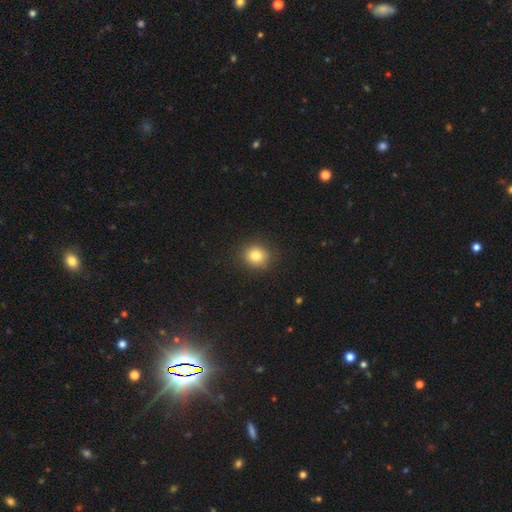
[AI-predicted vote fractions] smooth_or_featured: smooth (p=0.83) [alt: star or artifact p=0.11]
how_rounded: round (p=0.81) [alt: in between p=0.18]
merging: none (p=0.90) [alt: minor disturbance p=0.07]